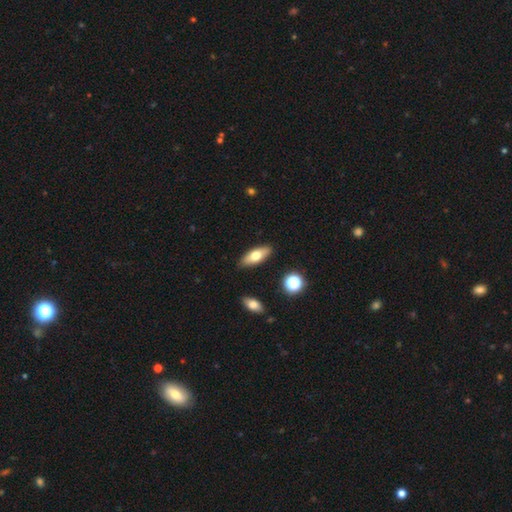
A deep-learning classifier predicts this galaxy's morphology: The model was most divided on "smooth or featured": smooth: 69%, featured or disk: 24%, star or artifact: 7%. More confident: merging — none (87%); how rounded — in between (73%).